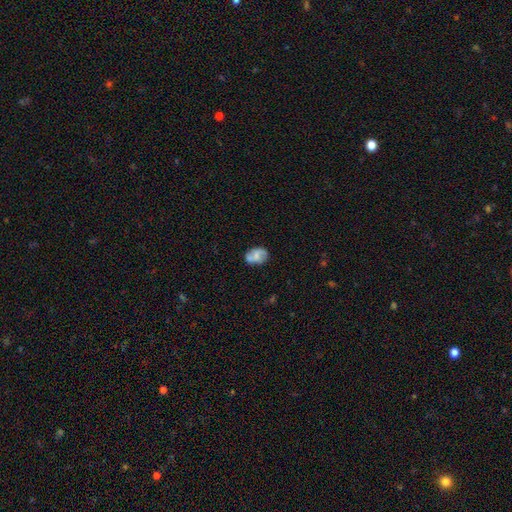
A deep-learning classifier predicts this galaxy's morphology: smooth_or_featured: smooth (p=0.51) [alt: featured or disk p=0.41]
how_rounded: in between (p=0.75) [alt: round p=0.24]
merging: none (p=0.57) [alt: minor disturbance p=0.23]